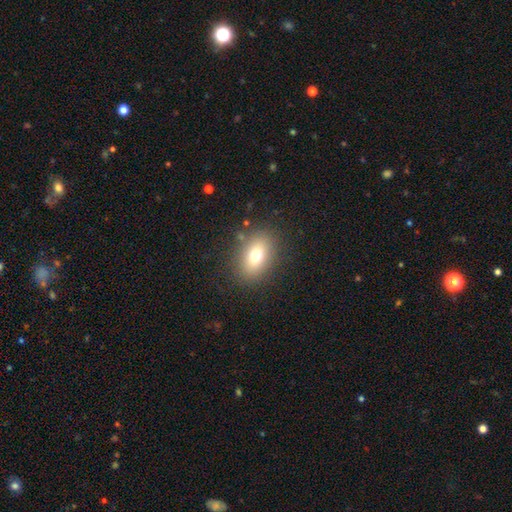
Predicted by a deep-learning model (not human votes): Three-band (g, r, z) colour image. It shows a smooth galaxy with no disk features (73%) that is in between round and cigar-shaped (75%). Merging: none (84%).